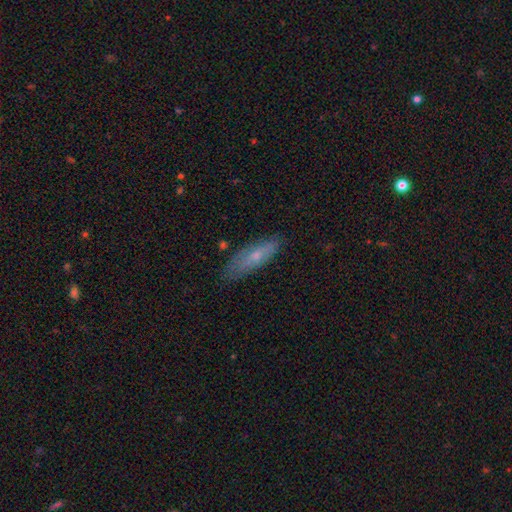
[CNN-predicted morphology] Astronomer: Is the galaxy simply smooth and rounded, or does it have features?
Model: smooth — 61%.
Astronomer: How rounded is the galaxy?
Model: cigar-shaped — 56% (runner-up: in between, 42%).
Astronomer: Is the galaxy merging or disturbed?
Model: none — 77%.